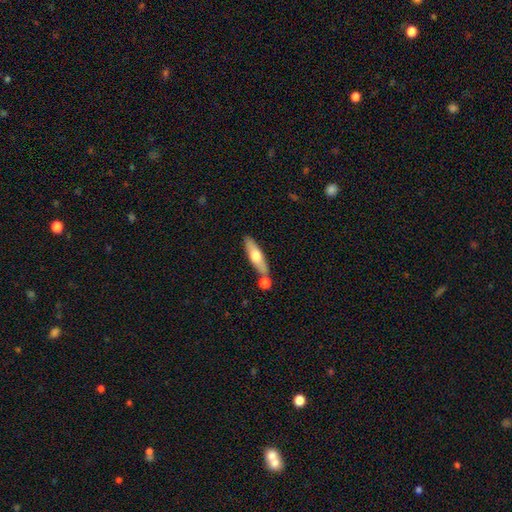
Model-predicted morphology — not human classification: The model was most divided on "smooth or featured": smooth: 58%, featured or disk: 36%, star or artifact: 5%. More confident: merging — none (70%); how rounded — cigar-shaped (67%).